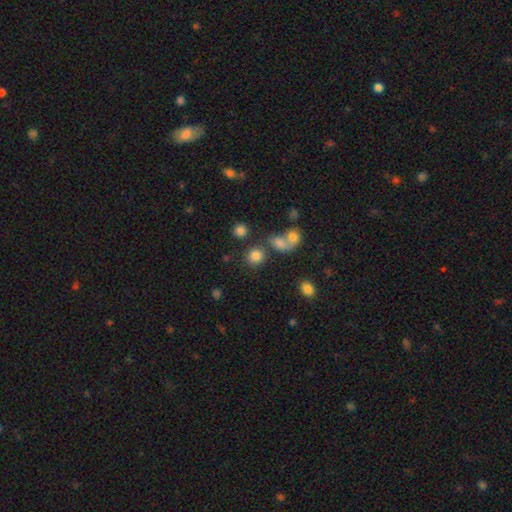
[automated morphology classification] smooth 80%, star or artifact 13%, featured or disk 7%. Down the decision tree: how rounded — round (81%); merging — none (69%).